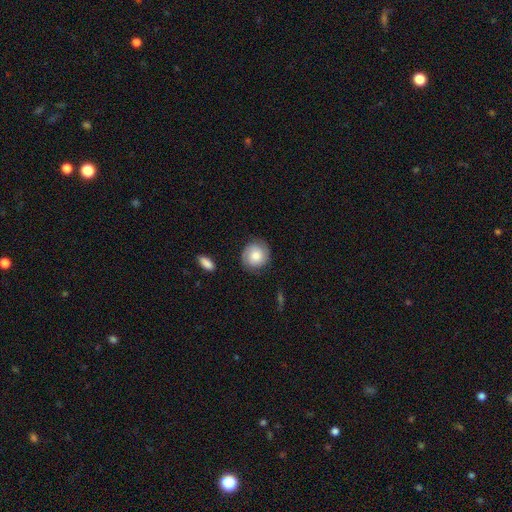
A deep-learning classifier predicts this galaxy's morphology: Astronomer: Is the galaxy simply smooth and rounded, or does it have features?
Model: smooth — 60%.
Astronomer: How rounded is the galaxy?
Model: round — 86%.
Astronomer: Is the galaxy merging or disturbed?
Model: none — 82%.